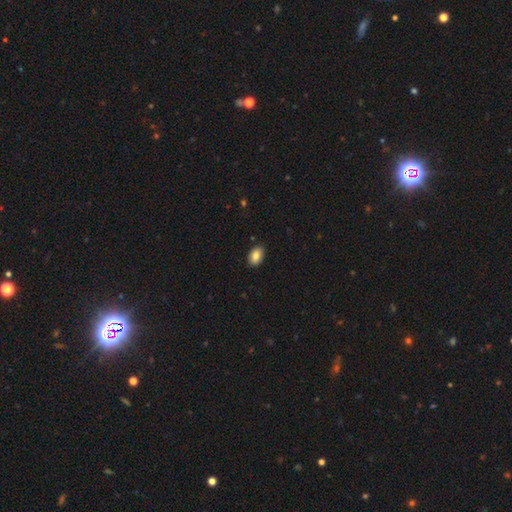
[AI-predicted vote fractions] A smooth galaxy with no disk features (85%) that is in between round and cigar-shaped (87%).

Vote fractions:
- Smooth or featured? smooth: 85% / star or artifact: 7% / featured or disk: 7%
- How rounded? in between: 87% / round: 11% / cigar-shaped: 1%
- Merging? none: 87% / minor disturbance: 10% / major disturbance: 2% / merger: 1%